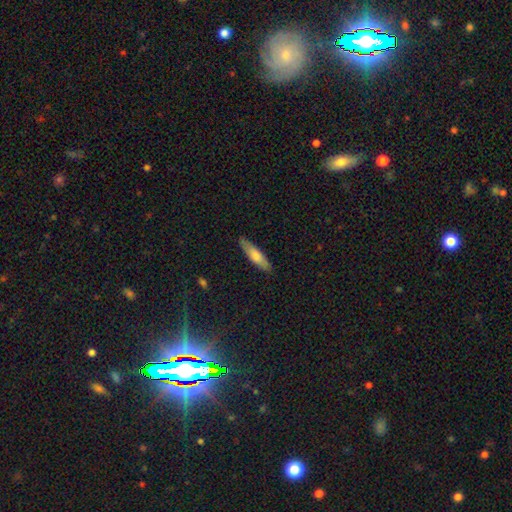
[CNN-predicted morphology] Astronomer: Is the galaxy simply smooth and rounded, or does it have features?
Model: smooth — 71%.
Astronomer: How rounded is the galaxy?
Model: cigar-shaped — 70%.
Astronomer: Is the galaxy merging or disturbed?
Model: none — 86%.